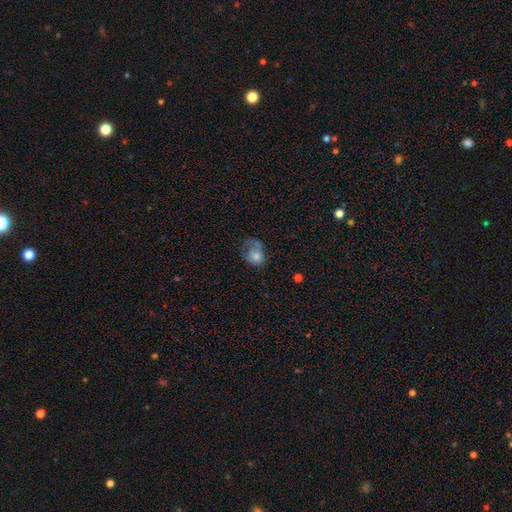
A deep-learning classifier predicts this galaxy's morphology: Smooth or featured? smooth (64%)
How rounded? in between (56%)
Merging? major disturbance (48%)